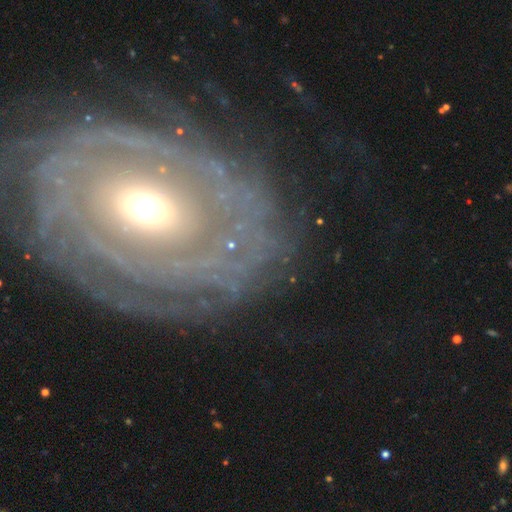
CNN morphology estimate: The model was most divided on "spiral arm count": can't tell: 41%, 2: 16%, more than 4: 13%, 3: 12%, 4: 10%, 1: 8%. More confident: edge-on disk — no (95%); spiral arms — yes (86%); smooth or featured — featured or disk (84%); spiral winding — tight (80%); merging — none (77%); bulge size — moderate (66%); bar — no (58%).